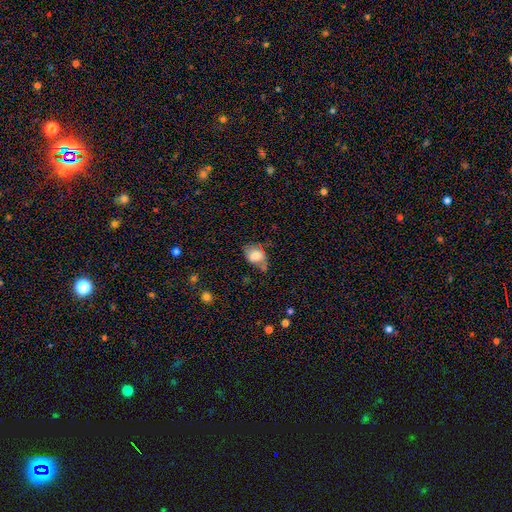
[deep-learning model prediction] Q: Smooth or featured?
A: smooth (74%); runner-up: featured or disk (17%)
Q: How rounded?
A: in between (78%); runner-up: round (20%)
Q: Merging?
A: none (47%); runner-up: minor disturbance (34%)